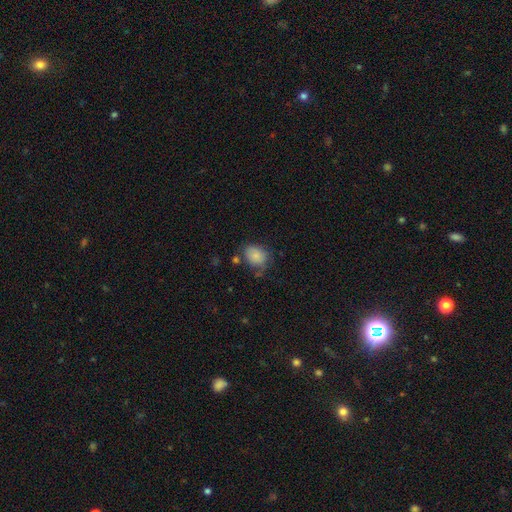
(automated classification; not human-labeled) Smooth or featured: smooth — 83% (star or artifact — 9%)
How rounded: in between — 57% (round — 42%)
Merging: none — 64% (minor disturbance — 23%)